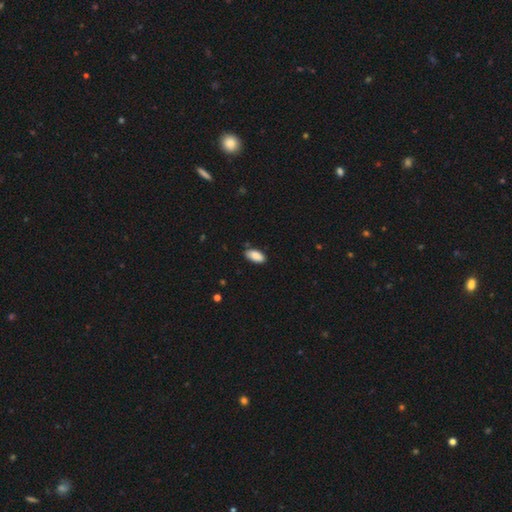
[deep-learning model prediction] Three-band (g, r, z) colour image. It shows a smooth galaxy with no disk features (89%) that is in between round and cigar-shaped (92%). Merging: none (82%).